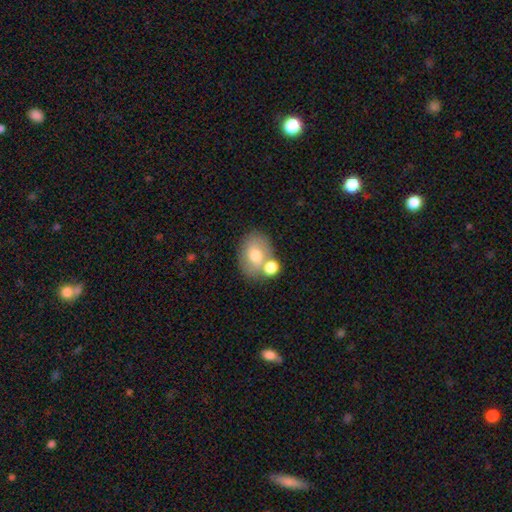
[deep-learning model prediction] Smooth or featured: smooth — 67% (featured or disk — 24%)
How rounded: in between — 60% (round — 39%)
Merging: none — 54% (merger — 28%)